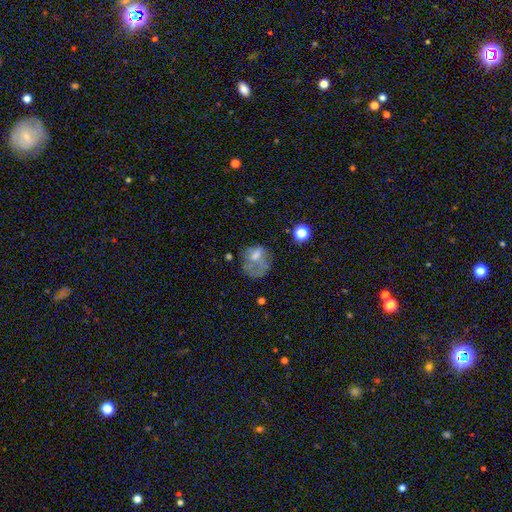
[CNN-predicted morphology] Smooth or featured?
  - smooth: 47% *
  - featured or disk: 36%
  - star or artifact: 17%
Merging?
  - none: 38% *
  - major disturbance: 33%
  - minor disturbance: 22%
  - merger: 6%